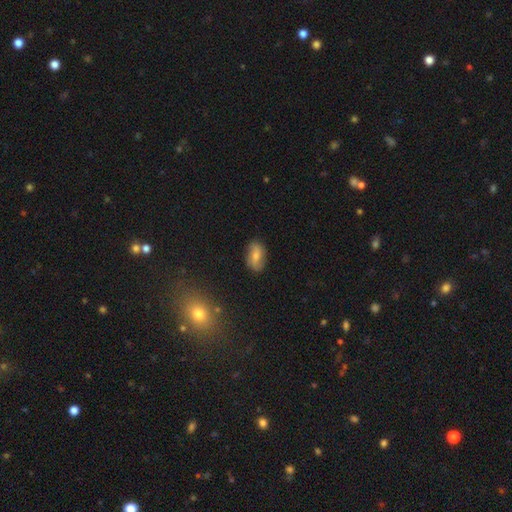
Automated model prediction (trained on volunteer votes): smooth-or-featured: smooth: 60% | featured or disk: 31% | star or artifact: 9%
  how-rounded: in between: 87% | round: 9% | cigar-shaped: 3%
  merging: none: 79% | minor disturbance: 16% | major disturbance: 4% | merger: 2%